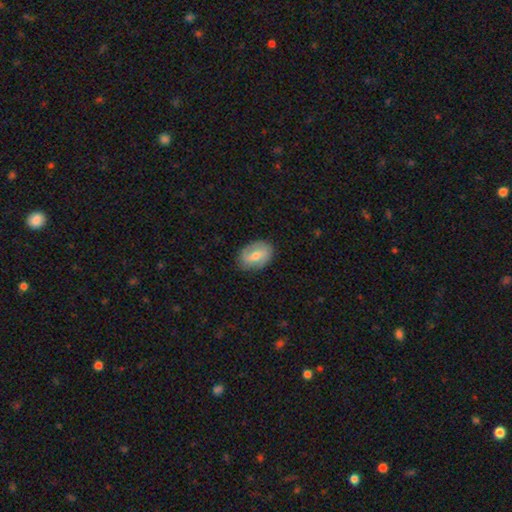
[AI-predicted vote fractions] Smooth or featured: featured or disk — 54% (smooth — 40%)
Edge-on disk: no — 95% (yes — 5%)
Bar: weak — 50% (no — 30%)
Spiral arms: yes — 75% (no — 25%)
Bulge size: moderate — 64% (small — 28%)
Merging: none — 80% (minor disturbance — 15%)